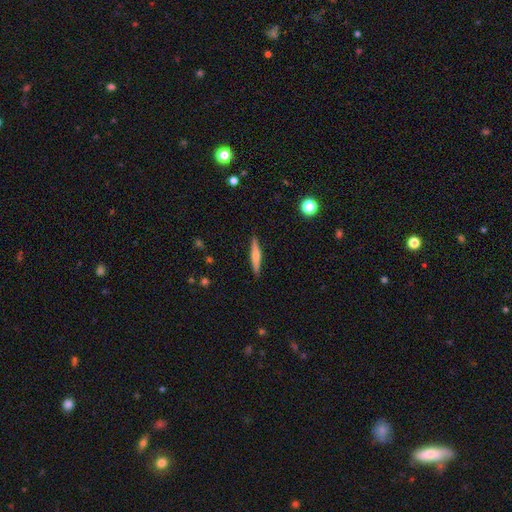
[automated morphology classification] smooth 49%, featured or disk 45%, star or artifact 7%. Down the decision tree: merging — none (90%).